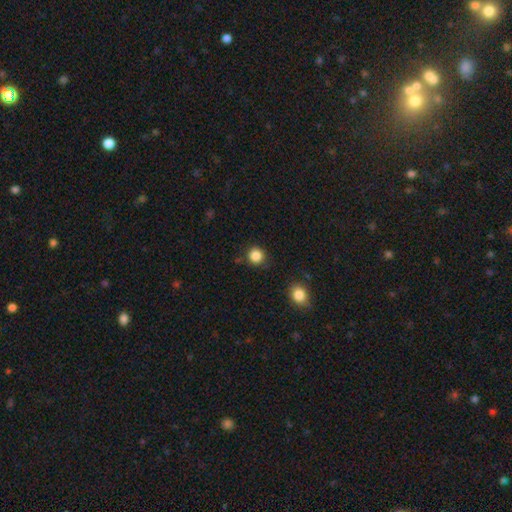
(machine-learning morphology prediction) A smooth galaxy with no disk features (86%) that is round (92%). Merging: none (85%).